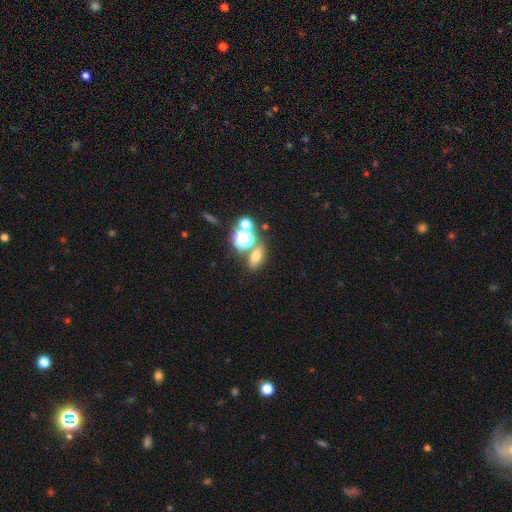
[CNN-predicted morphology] This is likely a smooth galaxy (63%). How rounded: likely in between (67%). Merging: likely none (62%).